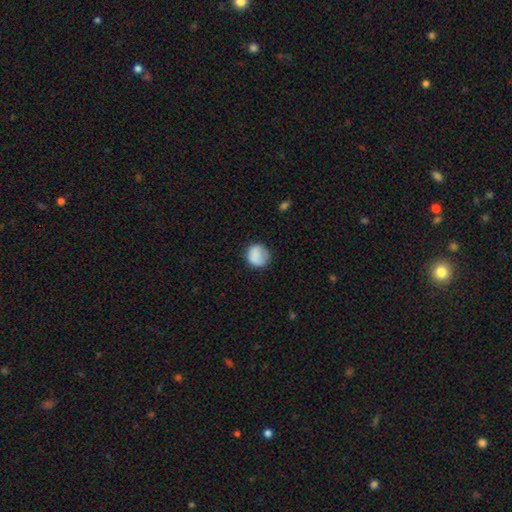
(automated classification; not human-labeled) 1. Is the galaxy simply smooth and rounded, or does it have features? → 85% smooth, 8% star or artifact, 7% featured or disk.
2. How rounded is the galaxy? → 85% round, 14% in between, 1% cigar-shaped.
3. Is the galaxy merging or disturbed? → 75% none, 18% minor disturbance, 5% major disturbance, 1% merger.